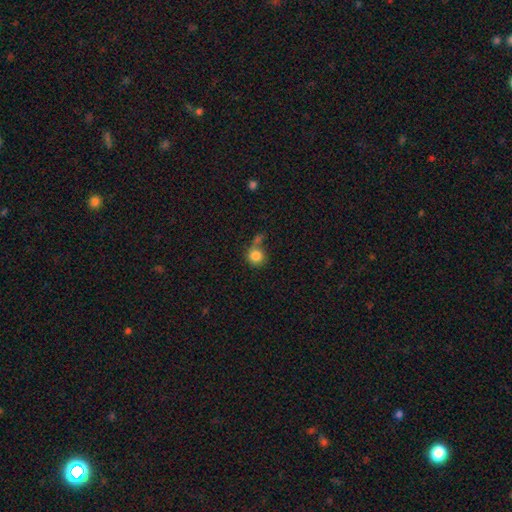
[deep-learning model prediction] Morphology: type=smooth (82%); roundness=round (86%); merging=none (40%).